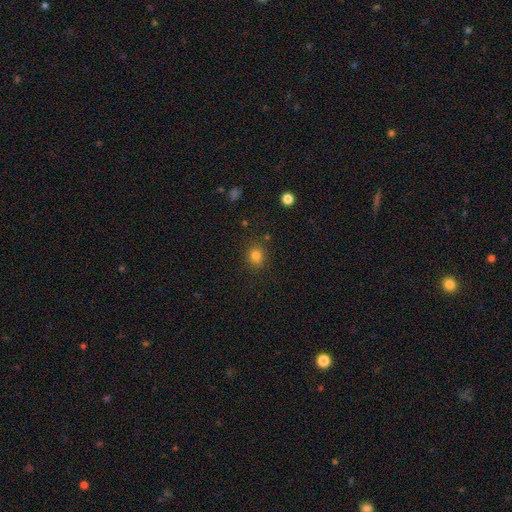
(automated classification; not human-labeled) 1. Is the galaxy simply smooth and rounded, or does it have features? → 80% smooth, 14% star or artifact, 6% featured or disk.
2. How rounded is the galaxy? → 77% round, 22% in between, 1% cigar-shaped.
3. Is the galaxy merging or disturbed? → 83% none, 11% minor disturbance, 3% major disturbance, 3% merger.